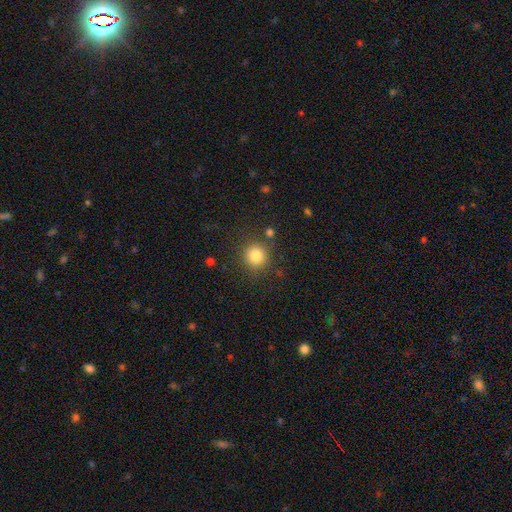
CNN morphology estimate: Smooth or featured: smooth — 83% (star or artifact — 11%)
How rounded: round — 91% (in between — 8%)
Merging: none — 83% (minor disturbance — 9%)